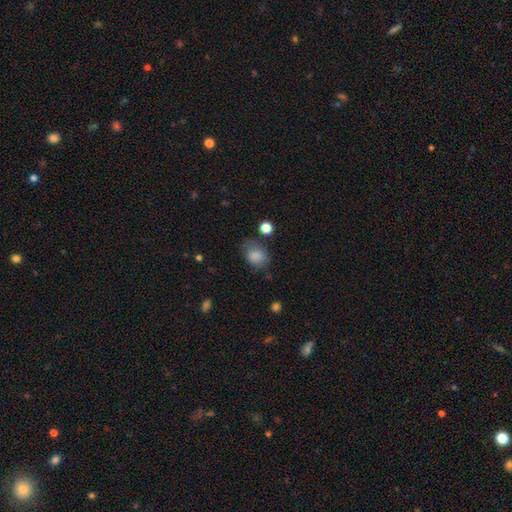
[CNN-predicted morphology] smooth_or_featured: smooth (p=0.84) [alt: star or artifact p=0.10]
how_rounded: in between (p=0.58) [alt: round p=0.41]
merging: none (p=0.60) [alt: minor disturbance p=0.25]